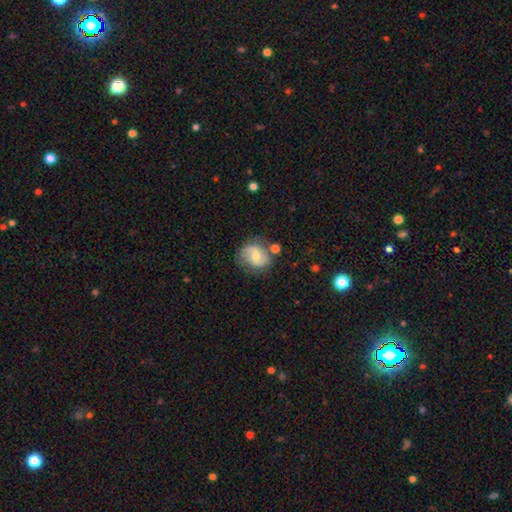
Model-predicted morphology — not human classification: type=featured or disk (52%); edge-on=no (97%); bar=no (53%); spiral arms=yes (82%); bulge=moderate (55%); merging=none (68%).